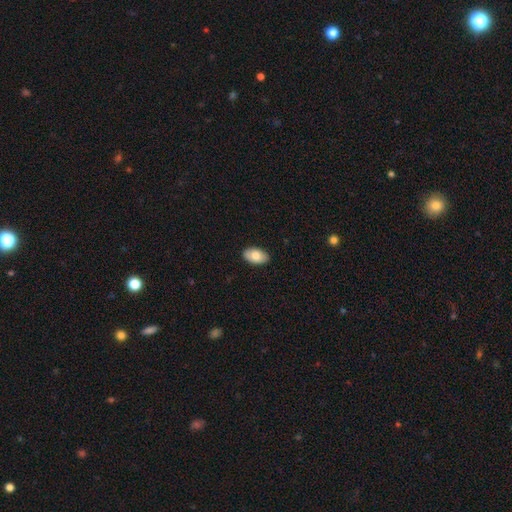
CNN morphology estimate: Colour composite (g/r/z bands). It shows a smooth galaxy with no disk features (78%) that is in between round and cigar-shaped (94%). Merging: none (88%).